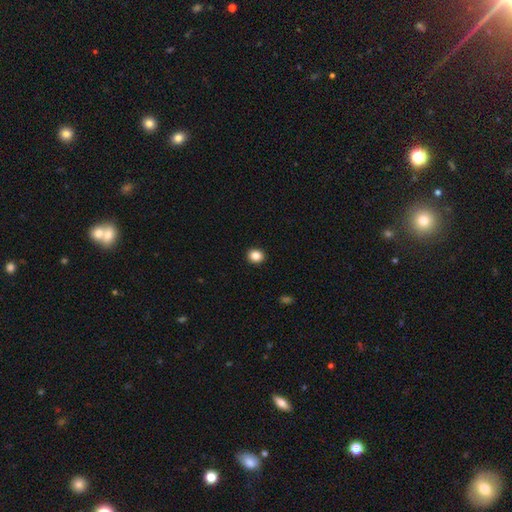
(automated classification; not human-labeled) Overall: smooth (86%). How rounded: round (67%; in between 32%). Merging: none (92%).